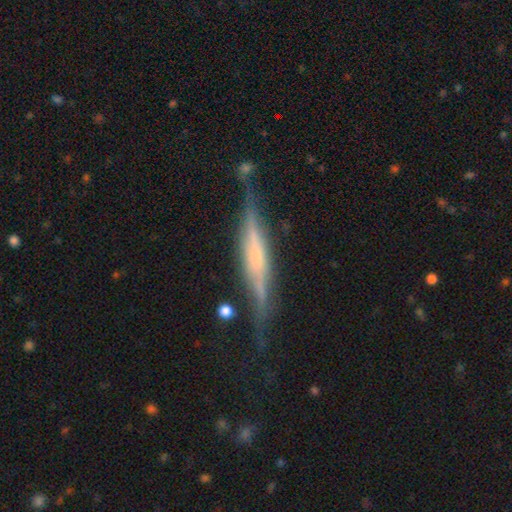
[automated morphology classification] The model was most divided on "edge-on bulge": boxy: 39%, rounded: 38%, none: 23%. More confident: edge-on disk — yes (96%); smooth or featured — featured or disk (75%); merging — none (75%).